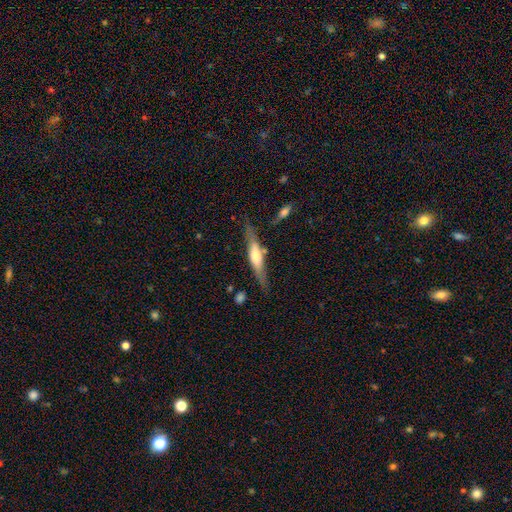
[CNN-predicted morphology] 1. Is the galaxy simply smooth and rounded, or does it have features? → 56% featured or disk, 38% smooth, 6% star or artifact.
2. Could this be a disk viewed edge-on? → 91% yes, 9% no.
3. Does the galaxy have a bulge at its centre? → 69% rounded, 22% boxy, 10% none.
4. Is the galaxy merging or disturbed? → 75% none, 16% minor disturbance, 5% merger, 4% major disturbance.